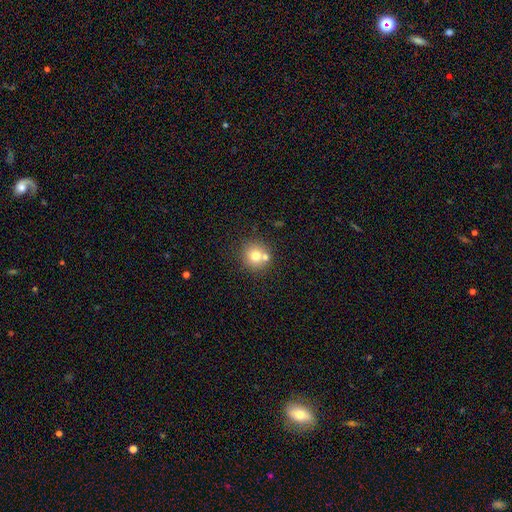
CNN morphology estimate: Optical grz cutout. It shows a smooth galaxy with no disk features (72%) that is round (91%). Merging: none (65%).